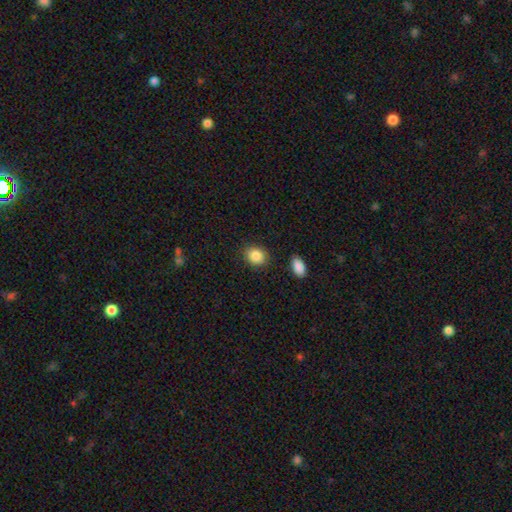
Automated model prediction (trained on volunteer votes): smooth-or-featured: smooth: 87% | star or artifact: 8% | featured or disk: 4%
  how-rounded: round: 61% | in between: 38% | cigar-shaped: 1%
  merging: none: 86% | minor disturbance: 9% | merger: 3% | major disturbance: 3%